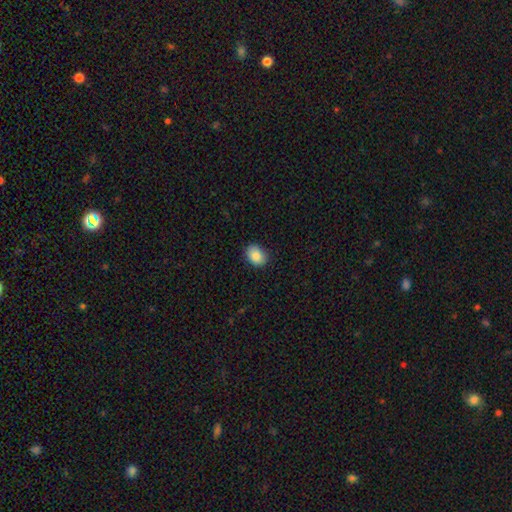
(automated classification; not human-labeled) Morphology: type=smooth (87%); roundness=in between (70%); merging=none (83%).